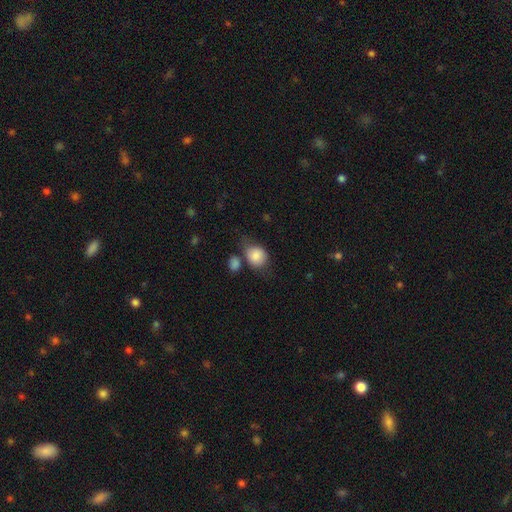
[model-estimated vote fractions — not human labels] smooth_or_featured: smooth (p=0.83) [alt: featured or disk p=0.09]
how_rounded: round (p=0.59) [alt: in between p=0.40]
merging: none (p=0.49) [alt: minor disturbance p=0.22]